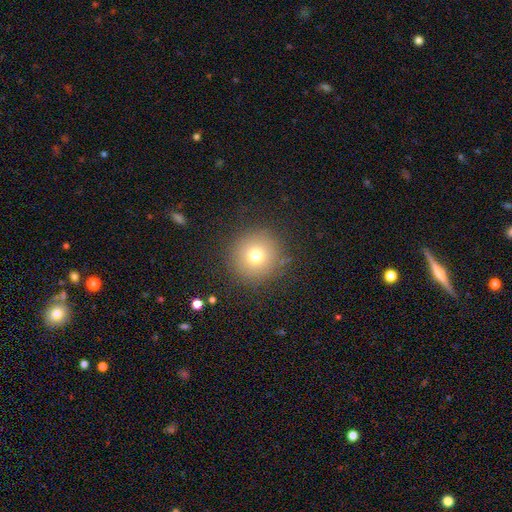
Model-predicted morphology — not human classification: This is likely a smooth galaxy (74%). How rounded: clearly round (95%). Merging: clearly none (88%).